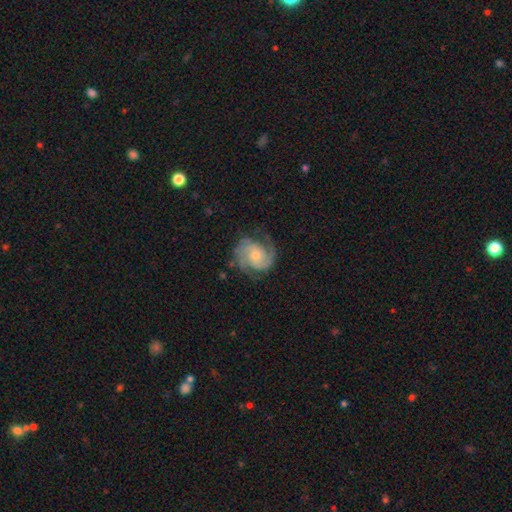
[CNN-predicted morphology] Q: Smooth or featured?
A: featured or disk (87%); runner-up: smooth (8%)
Q: Edge-on disk?
A: no (98%); runner-up: yes (2%)
Q: Bar?
A: no (65%); runner-up: weak (30%)
Q: Spiral arms?
A: yes (97%); runner-up: no (3%)
Q: Spiral winding?
A: medium (46%); runner-up: tight (42%)
Q: Spiral arm count?
A: 2 (69%); runner-up: 3 (14%)
Q: Bulge size?
A: small (44%); runner-up: moderate (43%)
Q: Merging?
A: none (73%); runner-up: minor disturbance (17%)